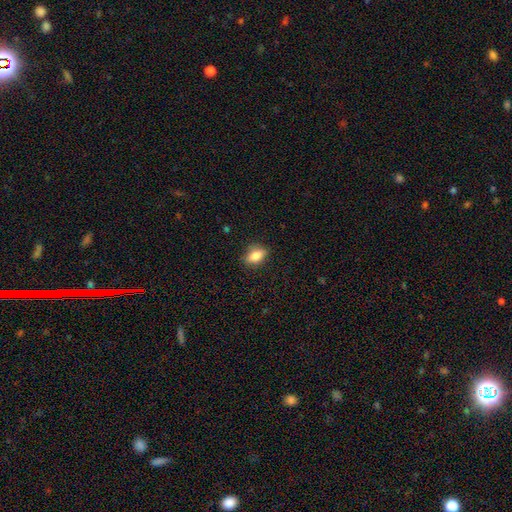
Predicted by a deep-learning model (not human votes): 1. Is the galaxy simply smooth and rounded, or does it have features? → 84% smooth, 8% featured or disk, 8% star or artifact.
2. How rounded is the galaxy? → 82% in between, 13% round, 5% cigar-shaped.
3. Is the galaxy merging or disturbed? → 83% none, 14% minor disturbance, 3% major disturbance, 1% merger.